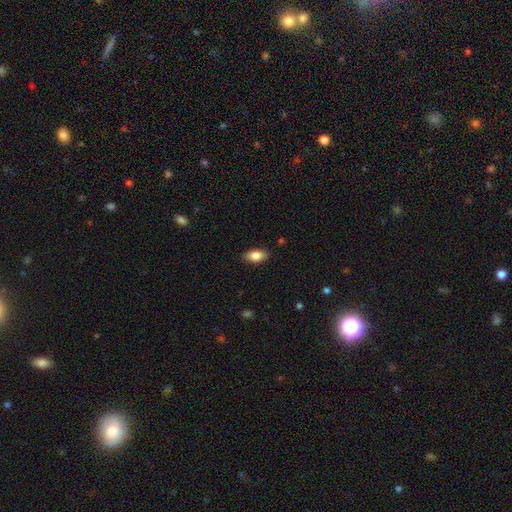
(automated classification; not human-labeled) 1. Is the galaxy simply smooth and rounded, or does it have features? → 83% smooth, 10% featured or disk, 7% star or artifact.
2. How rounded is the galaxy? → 90% in between, 6% cigar-shaped, 4% round.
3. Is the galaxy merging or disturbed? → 87% none, 10% minor disturbance, 2% major disturbance, 1% merger.